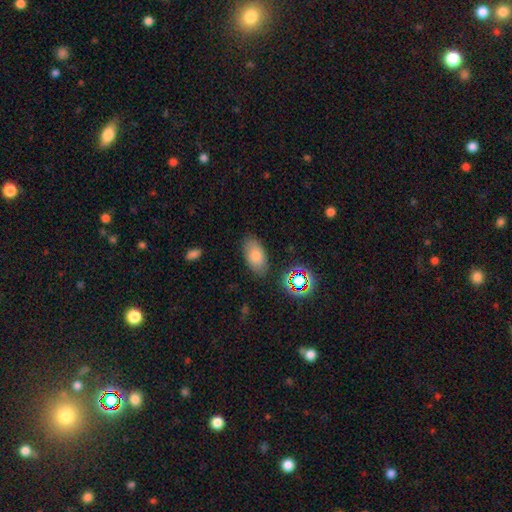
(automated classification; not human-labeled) Smooth or featured?
  - smooth: 76% *
  - featured or disk: 12%
  - star or artifact: 12%
How rounded?
  - in between: 92% *
  - round: 6%
  - cigar-shaped: 3%
Merging?
  - none: 83% *
  - minor disturbance: 12%
  - major disturbance: 3%
  - merger: 2%